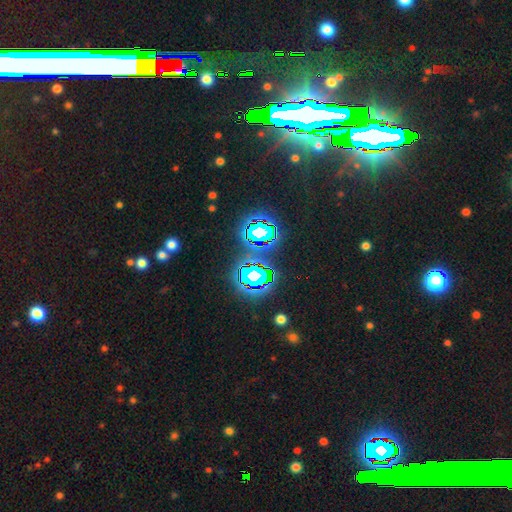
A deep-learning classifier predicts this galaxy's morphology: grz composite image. It shows a star or artifact, not a galaxy (82%).